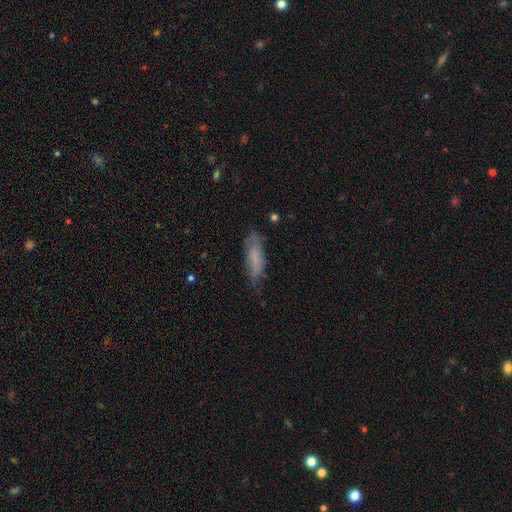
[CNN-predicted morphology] type=smooth (60%); roundness=cigar-shaped (64%); merging=none (64%).